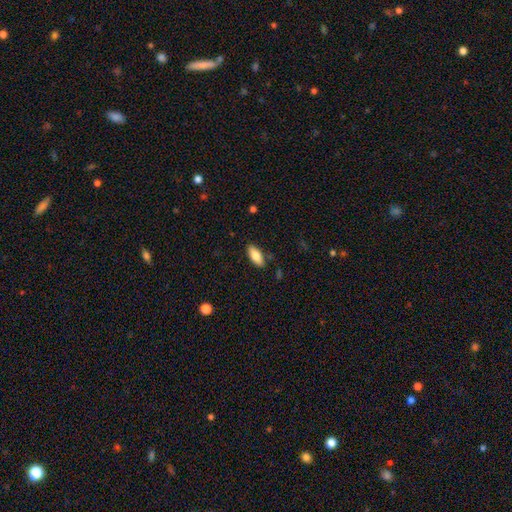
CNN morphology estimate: type=smooth (78%); roundness=in between (82%); merging=none (85%).